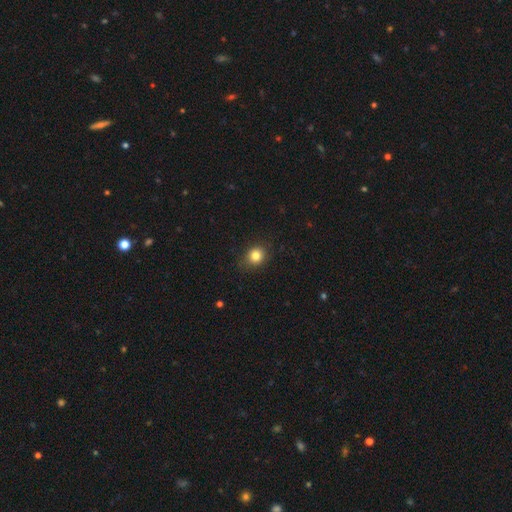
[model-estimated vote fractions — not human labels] Smooth or featured? smooth (82%)
How rounded? round (71%)
Merging? none (84%)